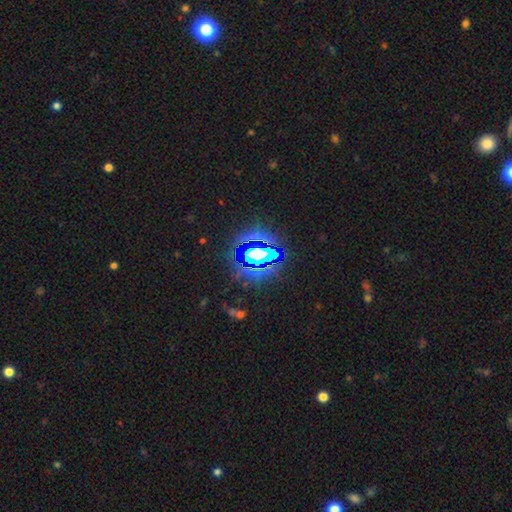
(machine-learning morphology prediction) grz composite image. It shows a star or artifact, not a galaxy (74%).